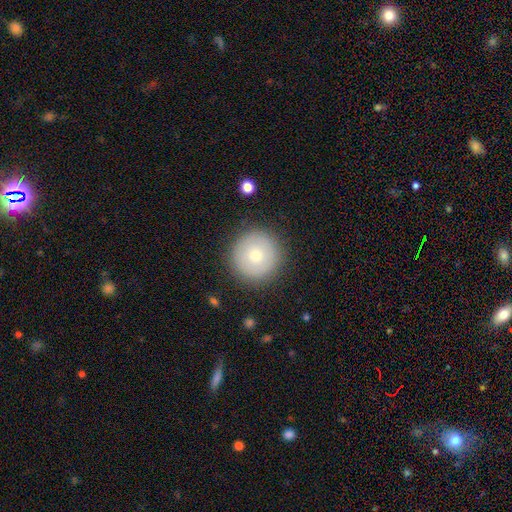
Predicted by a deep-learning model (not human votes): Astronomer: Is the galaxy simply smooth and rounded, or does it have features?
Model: smooth — 68%.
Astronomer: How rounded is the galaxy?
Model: round — 96%.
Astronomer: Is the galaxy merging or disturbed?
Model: none — 90%.